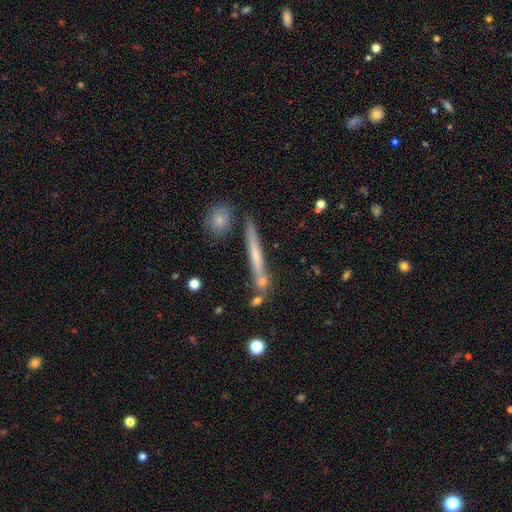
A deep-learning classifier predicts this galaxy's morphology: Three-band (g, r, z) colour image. It shows a featured or disk galaxy (52%) viewed edge-on (93%). Merging: none (77%).